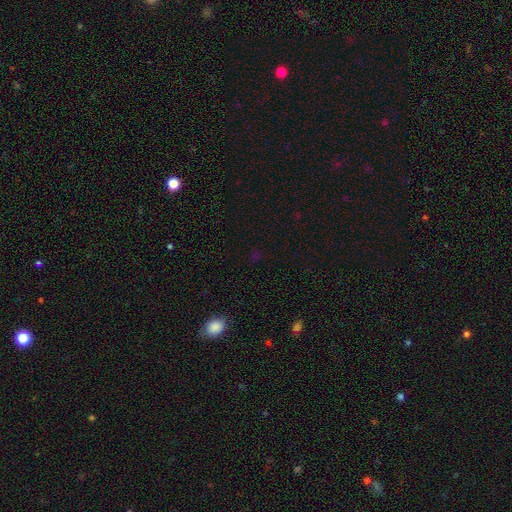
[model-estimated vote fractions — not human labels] Q: Smooth or featured?
A: star or artifact (63%); runner-up: smooth (30%)